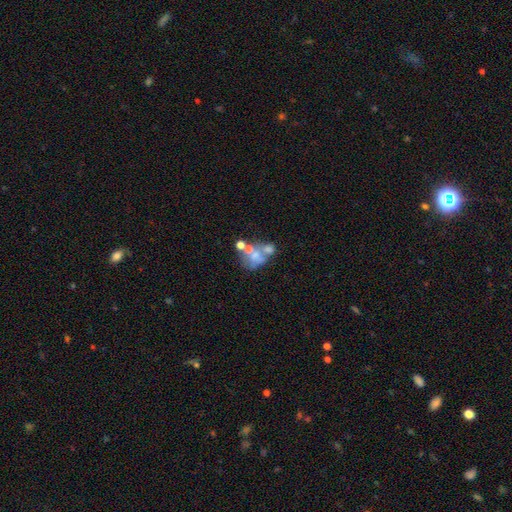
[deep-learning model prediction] This appears to be a featured or disk galaxy (47%). Merging: merger (46%).